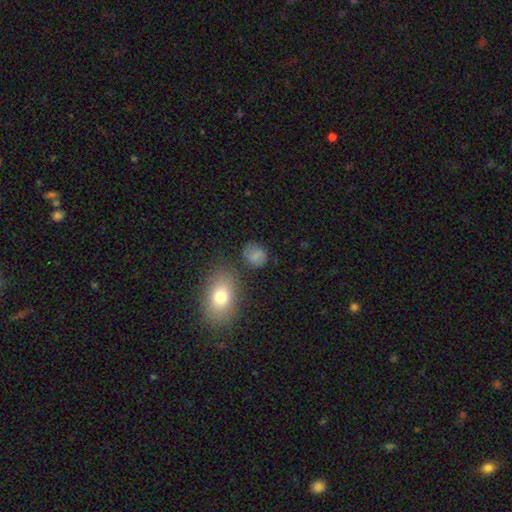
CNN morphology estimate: Smooth or featured: smooth — 78% (featured or disk — 11%)
How rounded: round — 70% (in between — 29%)
Merging: none — 72% (minor disturbance — 17%)